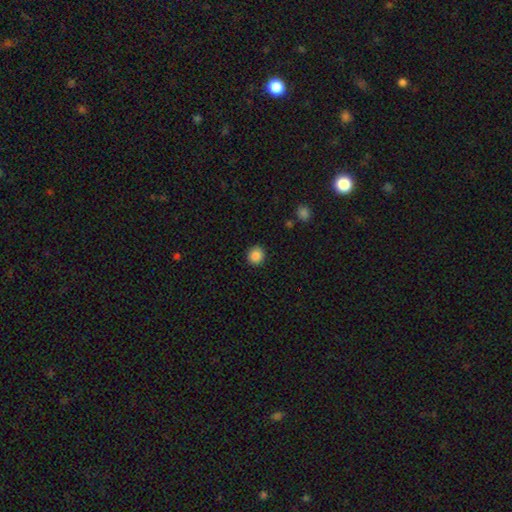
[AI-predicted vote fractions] A smooth galaxy with no disk features (87%) that is round (88%).

Vote fractions:
- Smooth or featured? smooth: 87% / star or artifact: 9% / featured or disk: 3%
- How rounded? round: 88% / in between: 11% / cigar-shaped: 1%
- Merging? none: 92% / minor disturbance: 5% / major disturbance: 2% / merger: 1%